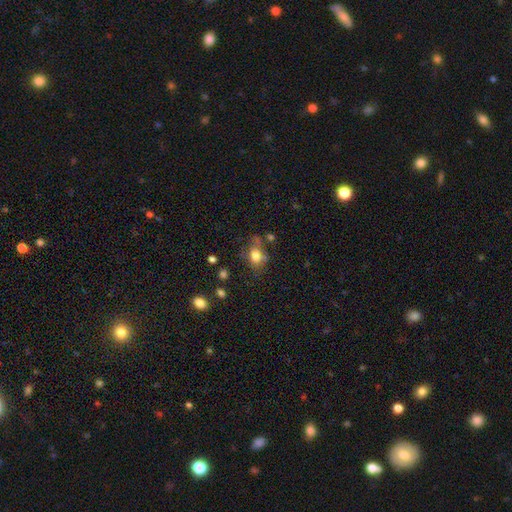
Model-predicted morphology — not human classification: type=smooth (76%); roundness=in between (64%); merging=none (53%).